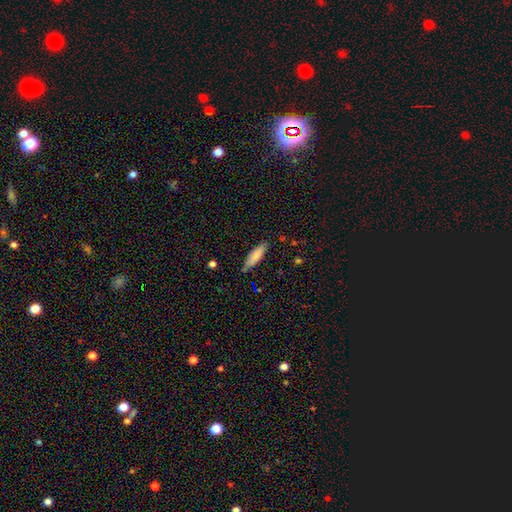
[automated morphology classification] smooth-or-featured: smooth: 80% | featured or disk: 13% | star or artifact: 7%
  how-rounded: cigar-shaped: 58% | in between: 41% | round: 2%
  merging: none: 77% | minor disturbance: 18% | major disturbance: 3% | merger: 2%